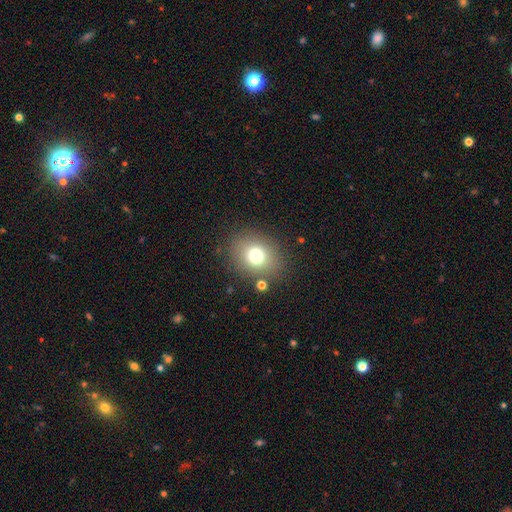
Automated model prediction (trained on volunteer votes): A smooth galaxy with no disk features (74%) that is round (57%).

Vote fractions:
- Smooth or featured? smooth: 74% / star or artifact: 13% / featured or disk: 12%
- How rounded? round: 57% / in between: 42% / cigar-shaped: 1%
- Merging? none: 82% / minor disturbance: 10% / major disturbance: 4% / merger: 4%